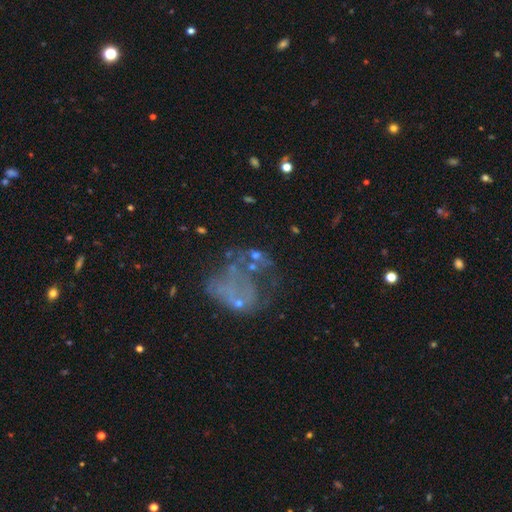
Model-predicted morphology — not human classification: Smooth or featured?
  - featured or disk: 52% *
  - smooth: 27%
  - star or artifact: 20%
Edge-on disk?
  - no: 98% *
  - yes: 2%
Bar?
  - no: 91% *
  - weak: 7%
  - strong: 2%
Spiral arms?
  - no: 89% *
  - yes: 11%
Bulge size?
  - none: 73% *
  - small: 14%
  - moderate: 9%
  - large: 2%
  - dominant: 2%
Merging?
  - major disturbance: 40% *
  - none: 29%
  - merger: 17%
  - minor disturbance: 13%